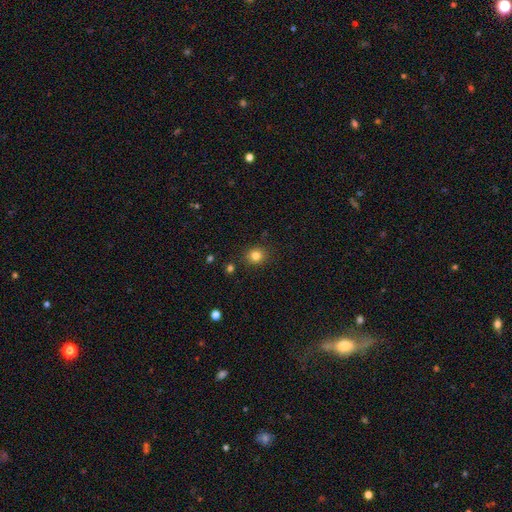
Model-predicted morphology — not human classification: Smooth or featured? Predicted: smooth (p=0.82). How rounded? Predicted: round (p=0.79). Merging? Predicted: none (p=0.88).